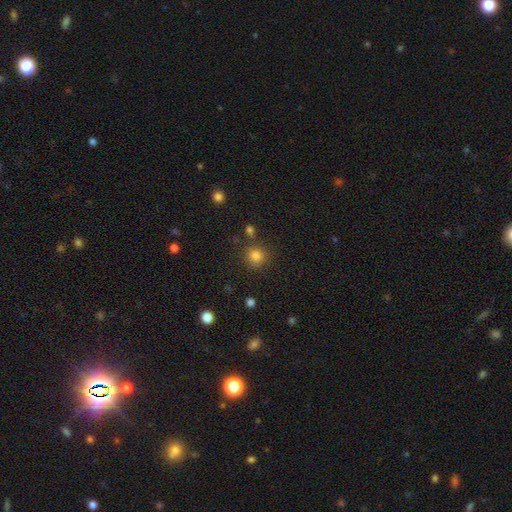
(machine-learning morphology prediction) Smooth or featured?
  - smooth: 82% *
  - star or artifact: 13%
  - featured or disk: 5%
How rounded?
  - round: 91% *
  - in between: 8%
  - cigar-shaped: 1%
Merging?
  - none: 81% *
  - minor disturbance: 9%
  - merger: 6%
  - major disturbance: 3%